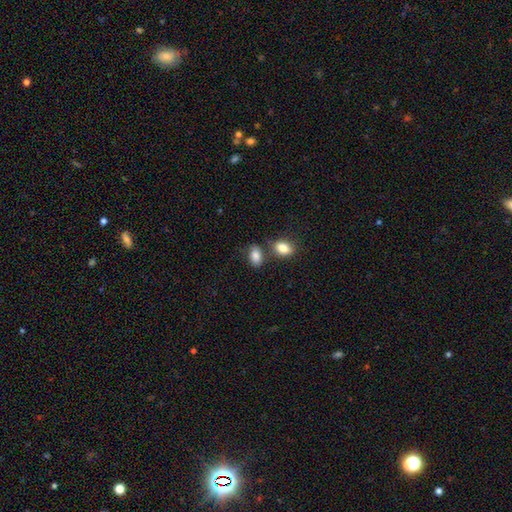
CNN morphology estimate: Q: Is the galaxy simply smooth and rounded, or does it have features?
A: smooth — 85%.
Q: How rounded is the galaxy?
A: in between — 87%.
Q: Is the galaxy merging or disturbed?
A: none — 61%.